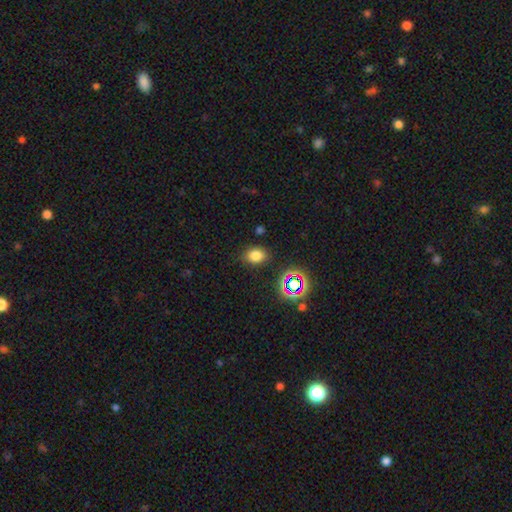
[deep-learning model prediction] smooth 75%, star or artifact 18%, featured or disk 7%. Down the decision tree: how rounded — in between (64%); merging — none (82%).